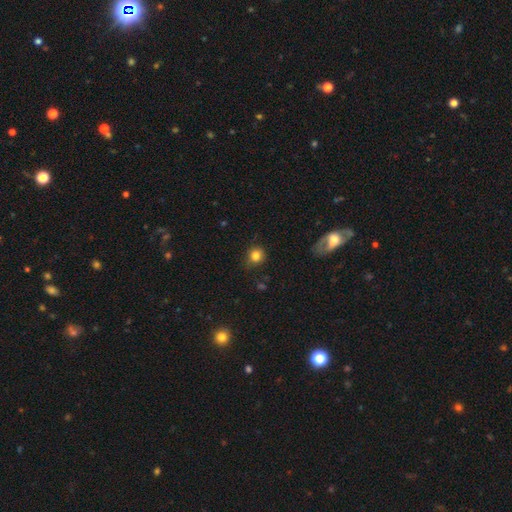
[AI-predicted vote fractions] Morphology: type=smooth (82%); roundness=round (88%); merging=none (80%).